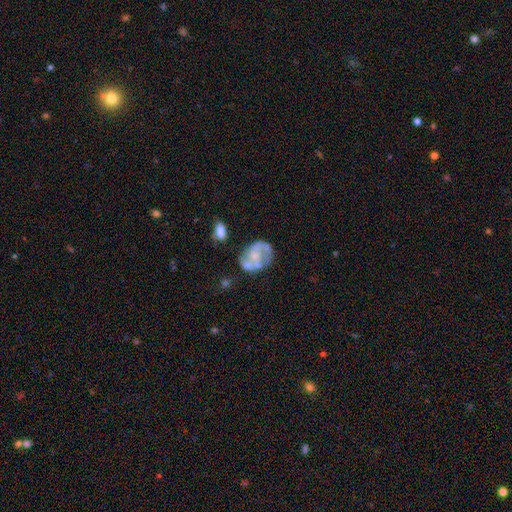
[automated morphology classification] Overall: featured or disk (65%; smooth 28%). Edge-on disk: no (98%). Bar: no (72%). Spiral arms: yes (56%; no 44%). Bulge size: small (41%; moderate 31%). Merging: none (43%; minor disturbance 22%).